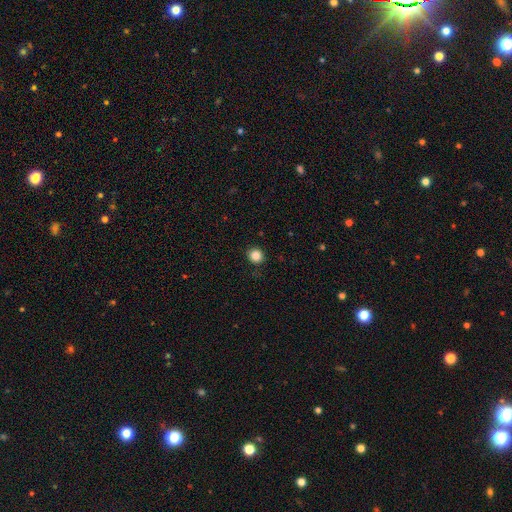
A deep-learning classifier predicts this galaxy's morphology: Smooth or featured: smooth — 85% (star or artifact — 11%)
How rounded: round — 90% (in between — 9%)
Merging: none — 89% (minor disturbance — 7%)